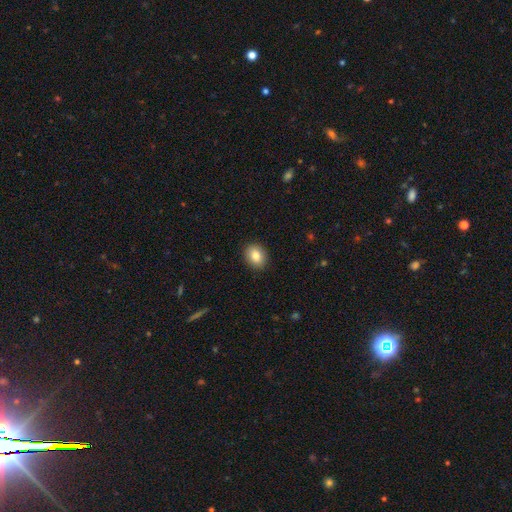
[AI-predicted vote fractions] Smooth or featured? smooth (84%)
How rounded? in between (51%)
Merging? none (90%)